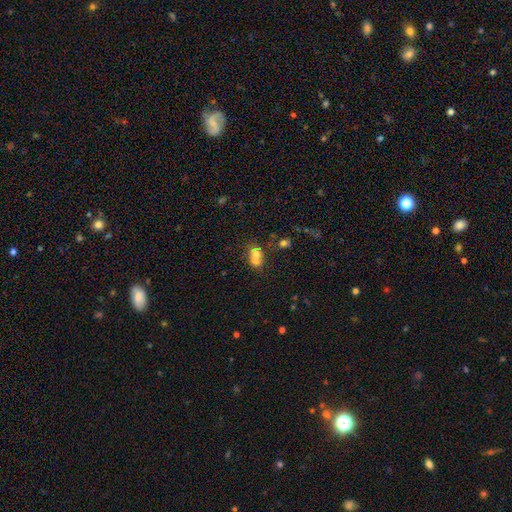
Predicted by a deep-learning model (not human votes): Overall: smooth (63%). How rounded: round (62%; in between 36%). Merging: merger (64%; none 26%).